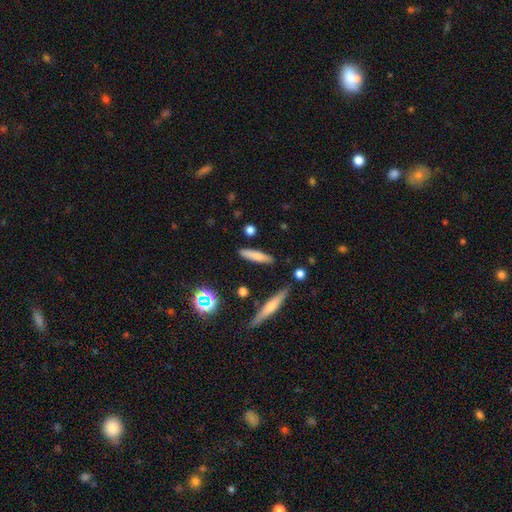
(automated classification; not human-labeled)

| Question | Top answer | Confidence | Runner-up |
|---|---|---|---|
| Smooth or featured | smooth | 71% | featured or disk (20%) |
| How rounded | cigar-shaped | 81% | in between (17%) |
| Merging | none | 84% | minor disturbance (10%) |